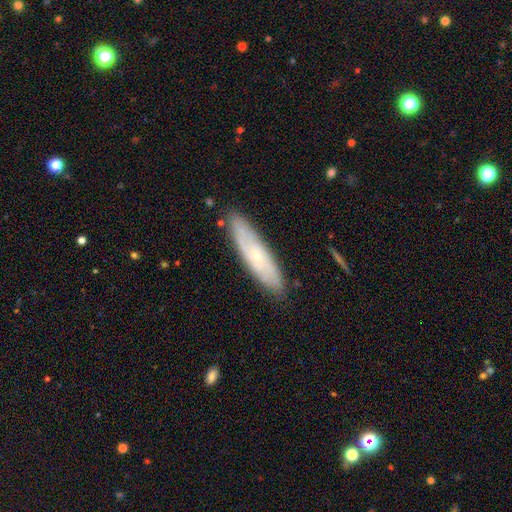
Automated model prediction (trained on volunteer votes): A featured or disk galaxy (49%).

Vote fractions:
- Smooth or featured? featured or disk: 49% / smooth: 44% / star or artifact: 7%
- Merging? none: 84% / minor disturbance: 12% / major disturbance: 2% / merger: 2%